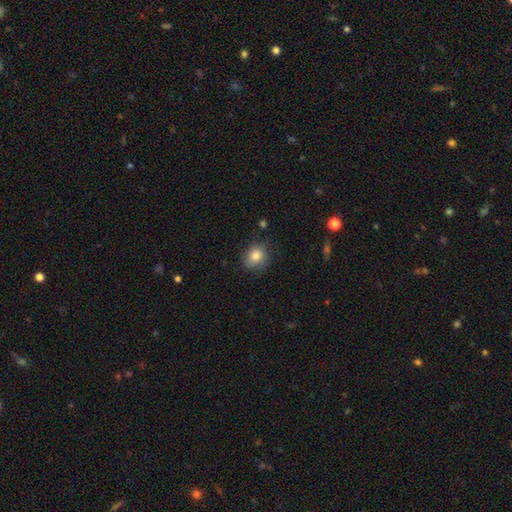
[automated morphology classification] smooth 83%, star or artifact 9%, featured or disk 7%. Down the decision tree: how rounded — round (70%); merging — none (77%).